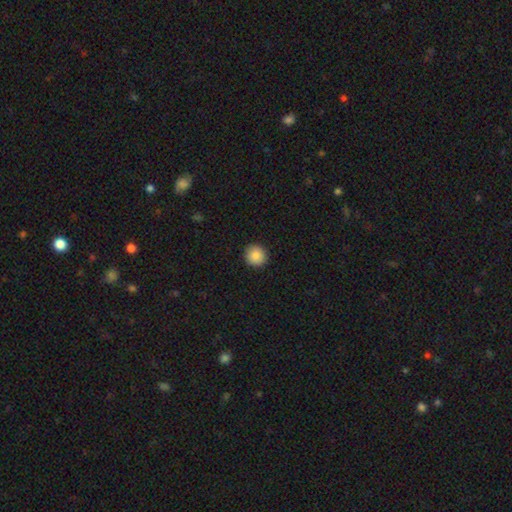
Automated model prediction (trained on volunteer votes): Overall: smooth (88%). How rounded: round (93%). Merging: none (93%).